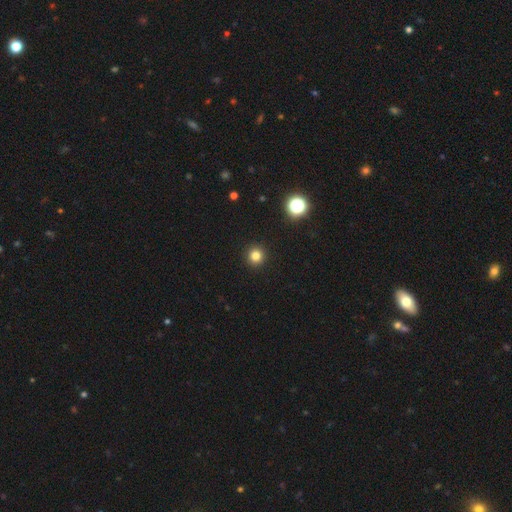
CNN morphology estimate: Q: Smooth or featured?
A: smooth (81%); runner-up: star or artifact (14%)
Q: How rounded?
A: round (95%); runner-up: in between (4%)
Q: Merging?
A: none (93%); runner-up: minor disturbance (4%)